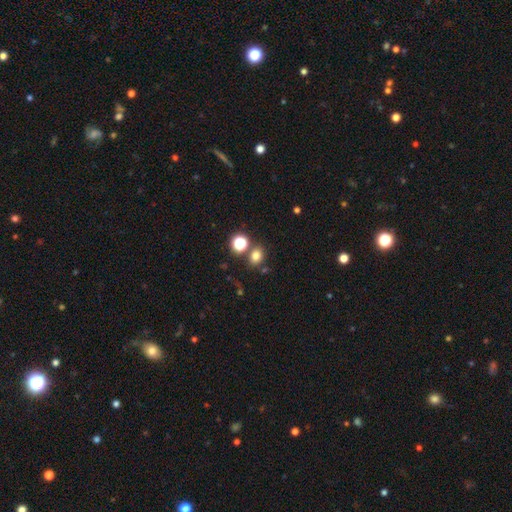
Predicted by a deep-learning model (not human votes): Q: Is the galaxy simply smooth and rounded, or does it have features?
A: smooth — 76%.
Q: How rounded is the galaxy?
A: round — 56%.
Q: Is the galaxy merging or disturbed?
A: none — 73%.